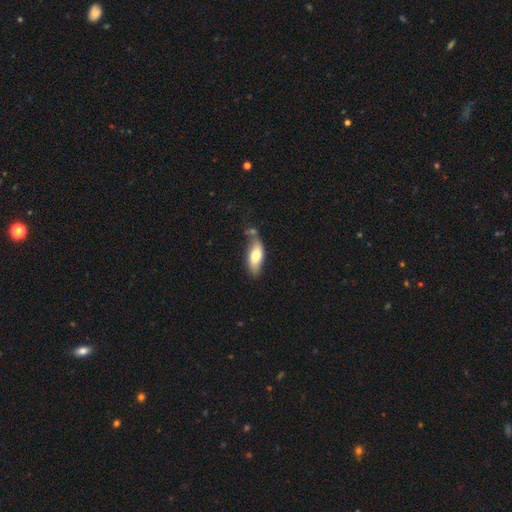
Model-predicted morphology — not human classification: type=smooth (72%); roundness=in between (79%); merging=none (49%).